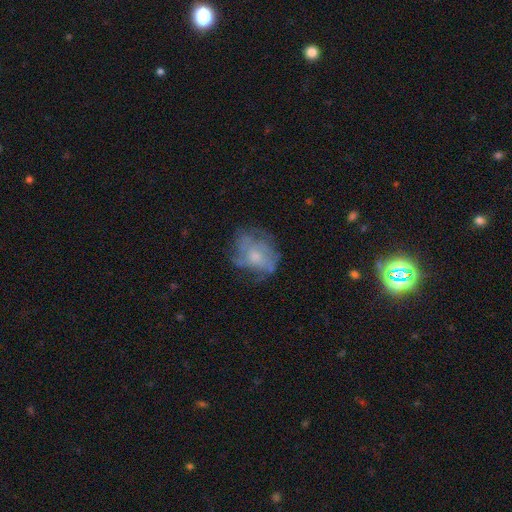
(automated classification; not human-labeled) smooth_or_featured: featured or disk (p=0.57) [alt: smooth p=0.33]
disk_edge_on: no (p=0.97) [alt: yes p=0.03]
bar: no (p=0.82) [alt: weak p=0.16]
has_spiral_arms: yes (p=0.53) [alt: no p=0.47]
bulge_size: moderate (p=0.45) [alt: small p=0.40]
merging: none (p=0.53) [alt: minor disturbance p=0.24]